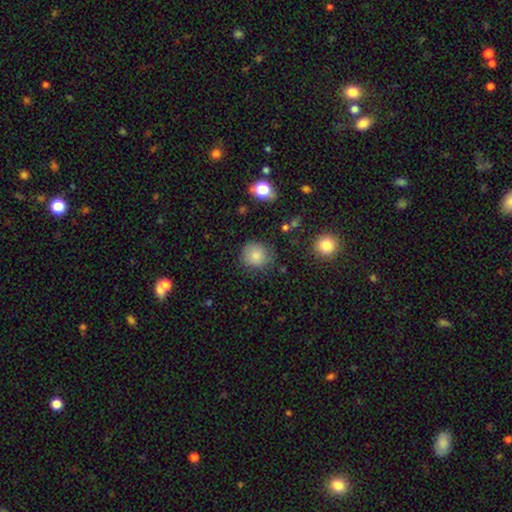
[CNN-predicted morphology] Q: Smooth or featured?
A: smooth (83%); runner-up: star or artifact (10%)
Q: How rounded?
A: round (86%); runner-up: in between (13%)
Q: Merging?
A: none (76%); runner-up: minor disturbance (17%)